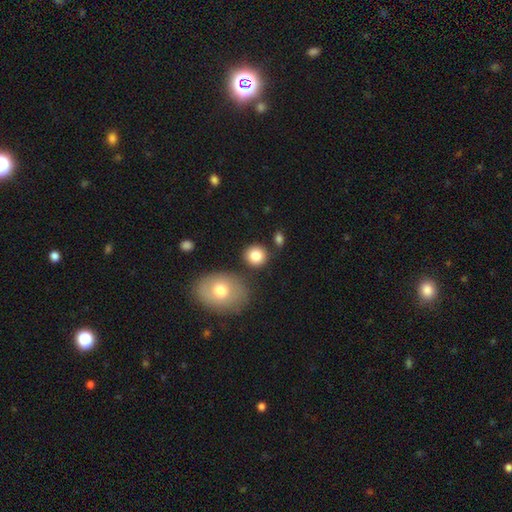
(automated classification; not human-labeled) Smooth or featured: smooth — 83% (star or artifact — 9%)
How rounded: round — 84% (in between — 15%)
Merging: none — 80% (minor disturbance — 9%)